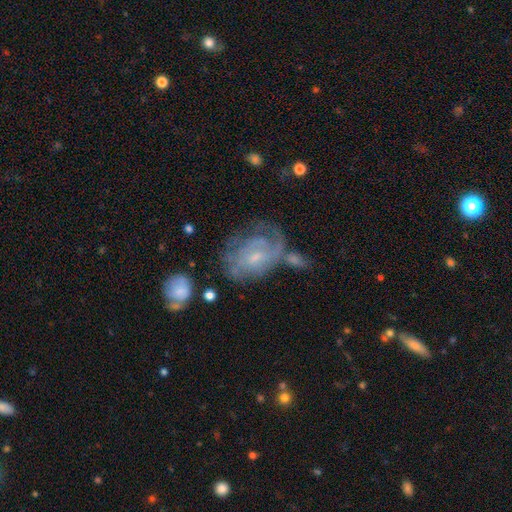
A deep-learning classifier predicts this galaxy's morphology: This appears to be a featured or disk galaxy (73%) with no bar (60%), tight (56%) spiral arms (83%) and a small central bulge (61%). Merging: none (42%).